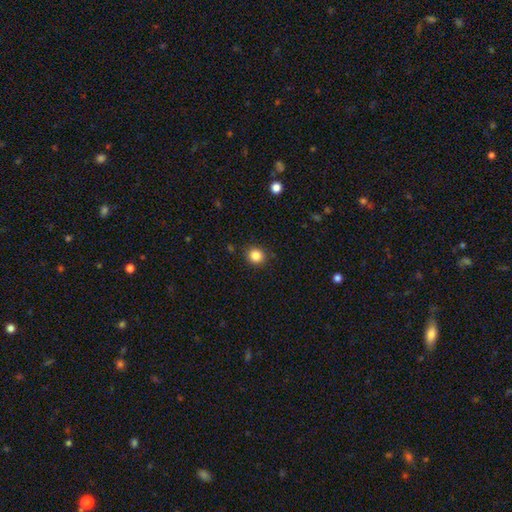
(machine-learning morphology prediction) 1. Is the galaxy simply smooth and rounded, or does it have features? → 85% smooth, 11% star or artifact, 4% featured or disk.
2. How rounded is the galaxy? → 88% round, 11% in between, 1% cigar-shaped.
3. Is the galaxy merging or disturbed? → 89% none, 7% minor disturbance, 2% major disturbance, 1% merger.